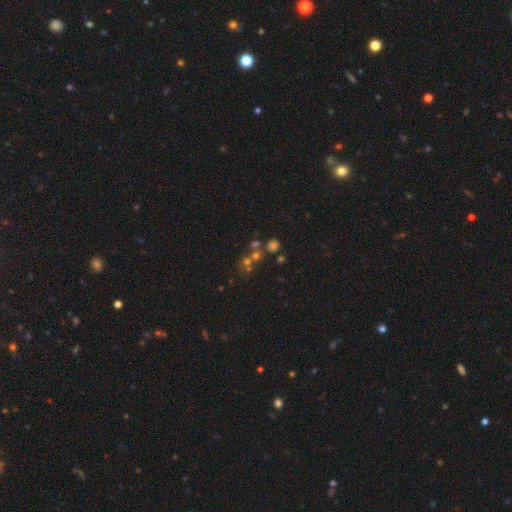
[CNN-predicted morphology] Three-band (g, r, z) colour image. It shows a star or artifact, not a galaxy (44%).